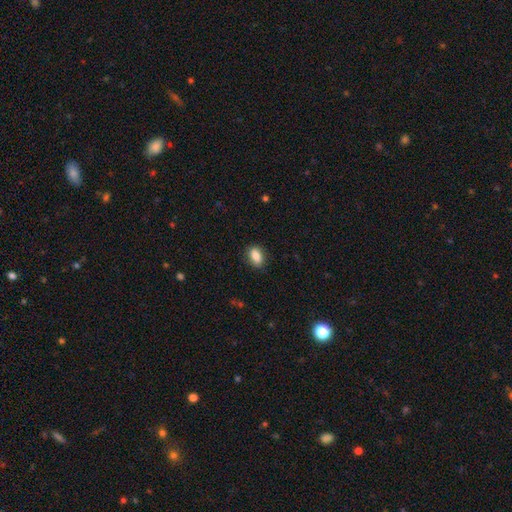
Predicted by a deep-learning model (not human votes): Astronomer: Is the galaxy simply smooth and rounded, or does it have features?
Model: smooth — 85%.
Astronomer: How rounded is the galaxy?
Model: in between — 85%.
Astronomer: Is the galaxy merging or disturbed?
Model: none — 85%.